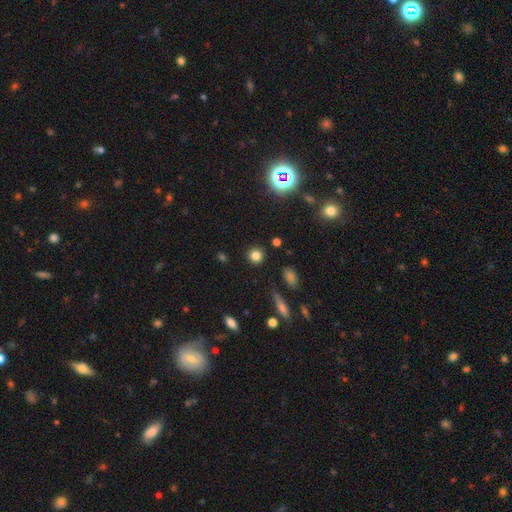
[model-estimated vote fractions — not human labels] The model was most divided on "smooth or featured": smooth: 81%, star or artifact: 13%, featured or disk: 6%. More confident: how rounded — round (91%); merging — none (90%).